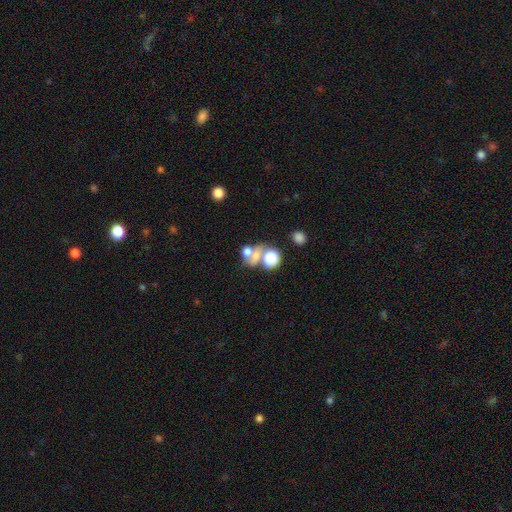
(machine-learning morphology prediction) A smooth galaxy with no disk features (58%) that is round (56%).

Vote fractions:
- Smooth or featured? smooth: 58% / star or artifact: 22% / featured or disk: 20%
- How rounded? round: 56% / in between: 42% / cigar-shaped: 2%
- Merging? merger: 54% / none: 28% / major disturbance: 9% / minor disturbance: 8%